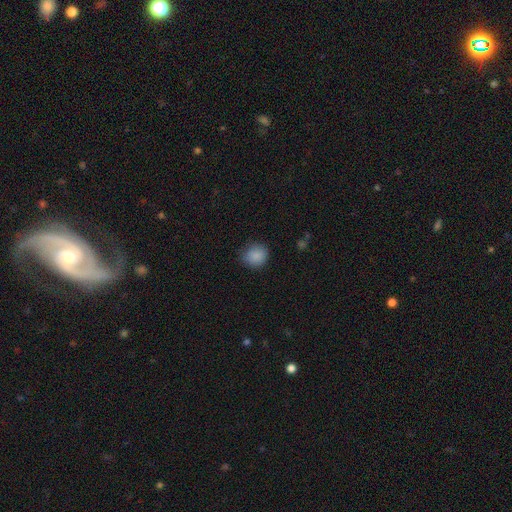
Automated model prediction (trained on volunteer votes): Smooth or featured? smooth (88%)
How rounded? round (80%)
Merging? none (78%)